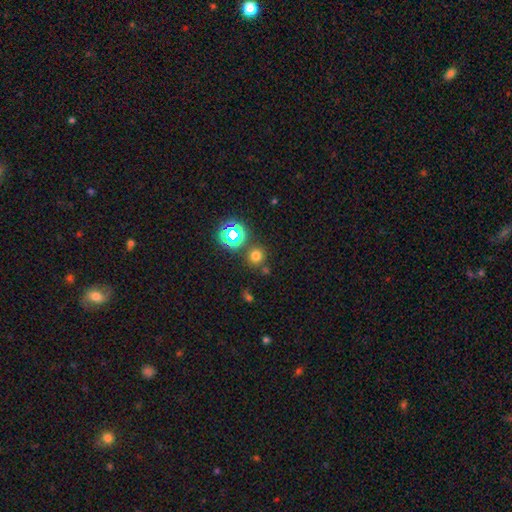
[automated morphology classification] This appears to be a smooth galaxy with no disk features (68%) that is round (90%). Merging: none (79%).